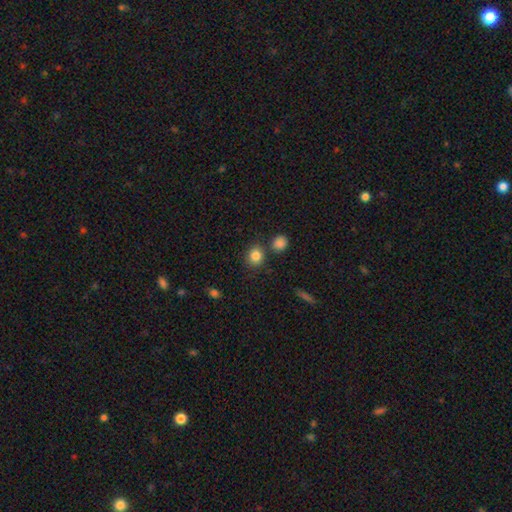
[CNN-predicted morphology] This appears to be a smooth galaxy with no disk features (85%) that is round (78%). Merging: none (75%).